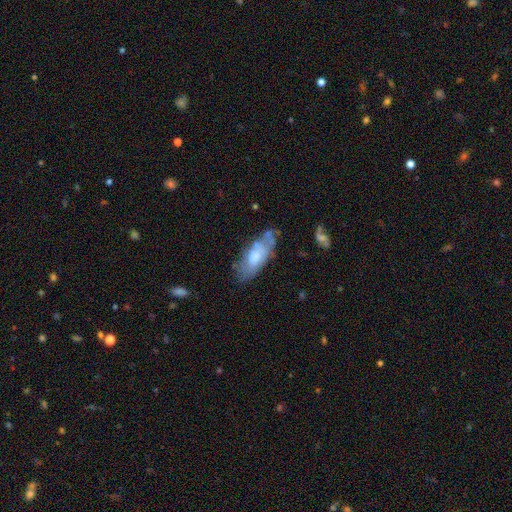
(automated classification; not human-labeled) Overall: smooth (57%; featured or disk 36%). How rounded: in between (80%). Merging: none (51%; minor disturbance 31%).